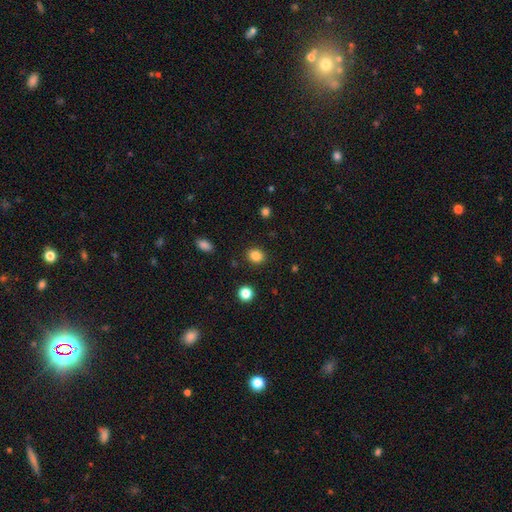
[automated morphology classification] Smooth or featured?
  - smooth: 85% *
  - star or artifact: 11%
  - featured or disk: 4%
How rounded?
  - round: 62% *
  - in between: 37%
  - cigar-shaped: 1%
Merging?
  - none: 88% *
  - minor disturbance: 7%
  - major disturbance: 3%
  - merger: 2%